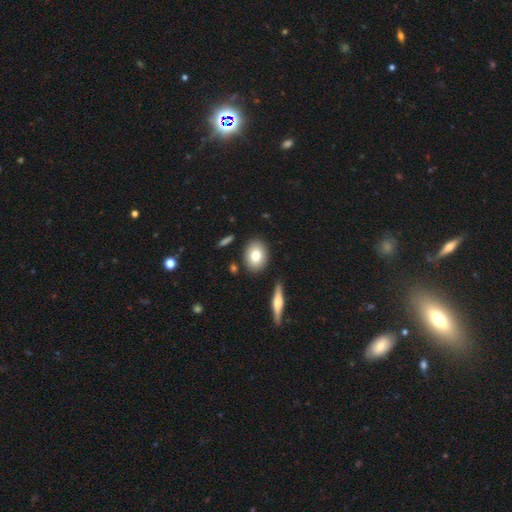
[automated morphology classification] smooth-or-featured: smooth: 75% | featured or disk: 17% | star or artifact: 7%
  how-rounded: in between: 65% | round: 33% | cigar-shaped: 2%
  merging: none: 86% | minor disturbance: 9% | merger: 4% | major disturbance: 2%